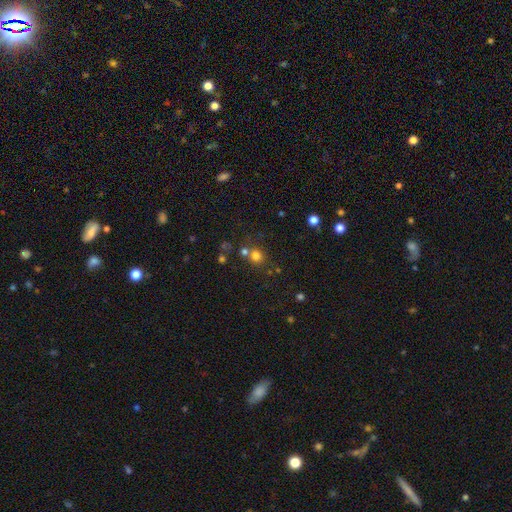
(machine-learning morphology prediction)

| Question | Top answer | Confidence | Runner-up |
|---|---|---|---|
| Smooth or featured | smooth | 74% | star or artifact (18%) |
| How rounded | round | 86% | in between (13%) |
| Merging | none | 63% | merger (23%) |